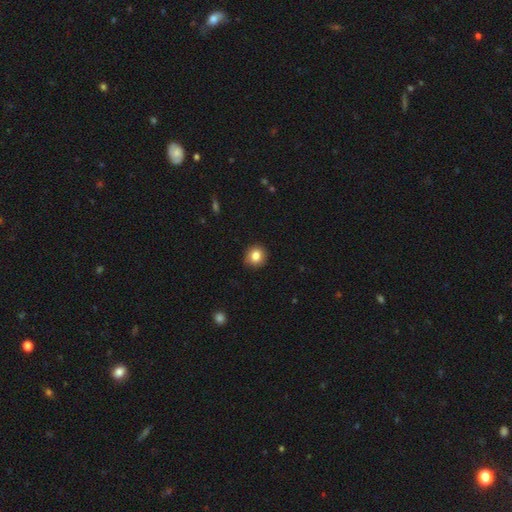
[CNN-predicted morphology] Smooth or featured: smooth — 84% (star or artifact — 9%)
How rounded: round — 88% (in between — 11%)
Merging: none — 90% (minor disturbance — 7%)